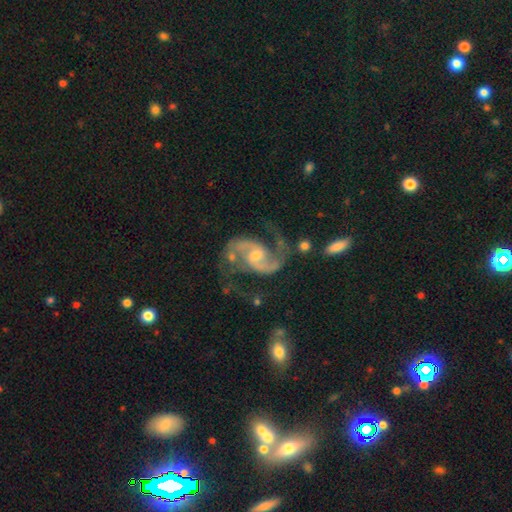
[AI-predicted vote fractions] Smooth or featured? Predicted: featured or disk (p=0.93). Edge-on disk? Predicted: no (p=0.98). Bar? Predicted: weak (p=0.47). Spiral arms? Predicted: yes (p=0.98). Spiral winding? Predicted: medium (p=0.57). Spiral arm count? Predicted: 2 (p=0.94). Bulge size? Predicted: moderate (p=0.47, tied with small). Merging? Predicted: none (p=0.65).